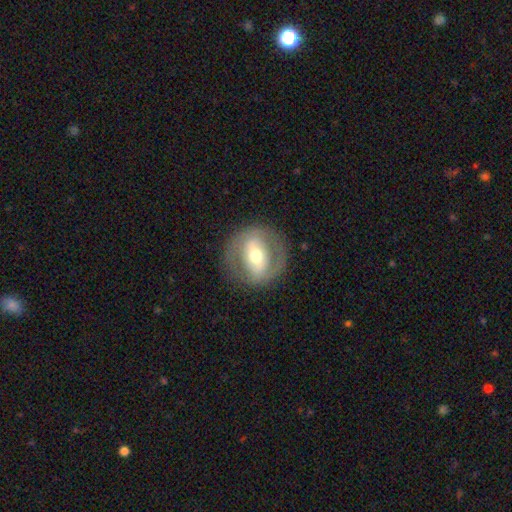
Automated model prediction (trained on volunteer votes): Smooth or featured: featured or disk — 60% (smooth — 33%)
Edge-on disk: no — 92% (yes — 8%)
Bar: strong — 42% (weak — 31%)
Spiral arms: no — 71% (yes — 29%)
Bulge size: moderate — 69% (small — 16%)
Merging: none — 81% (minor disturbance — 11%)